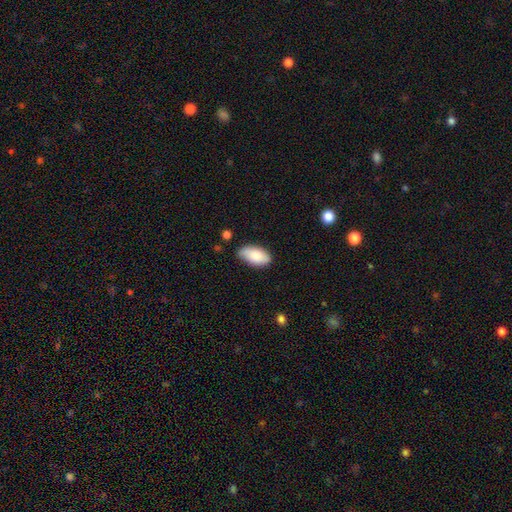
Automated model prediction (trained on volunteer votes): A smooth galaxy with no disk features (82%) that is in between round and cigar-shaped (94%). Merging: none (72%).